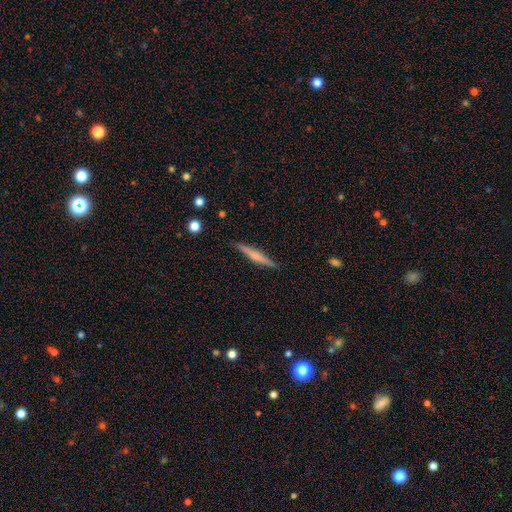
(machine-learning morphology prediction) type=featured or disk (52%); edge-on=yes (97%); edge-on bulge=rounded (53%); merging=none (90%).